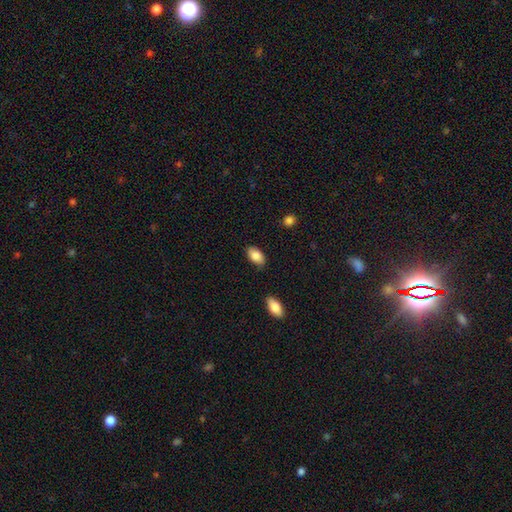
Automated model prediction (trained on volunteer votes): This is clearly a smooth galaxy (86%). How rounded: clearly in between (93%). Merging: clearly none (80%).